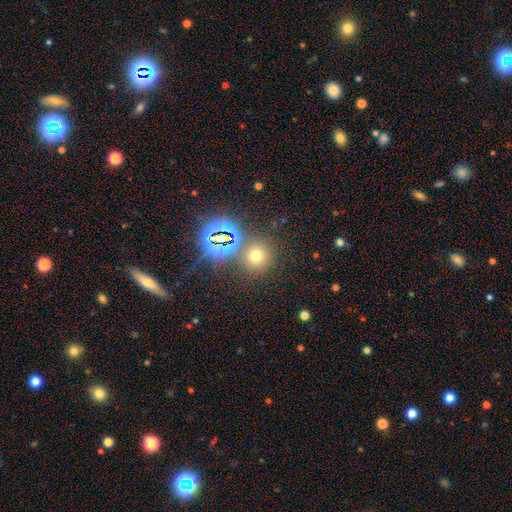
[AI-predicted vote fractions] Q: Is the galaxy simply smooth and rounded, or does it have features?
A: smooth — 59%.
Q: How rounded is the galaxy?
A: round — 90%.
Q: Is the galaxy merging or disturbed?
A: none — 77%.